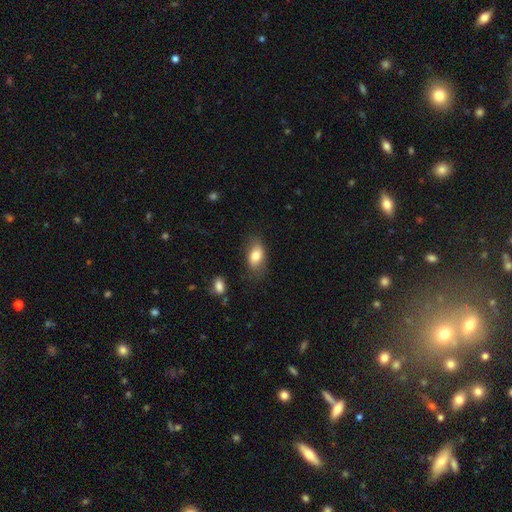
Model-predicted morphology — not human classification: smooth 79%, featured or disk 14%, star or artifact 7%. Down the decision tree: how rounded — in between (90%); merging — none (72%).